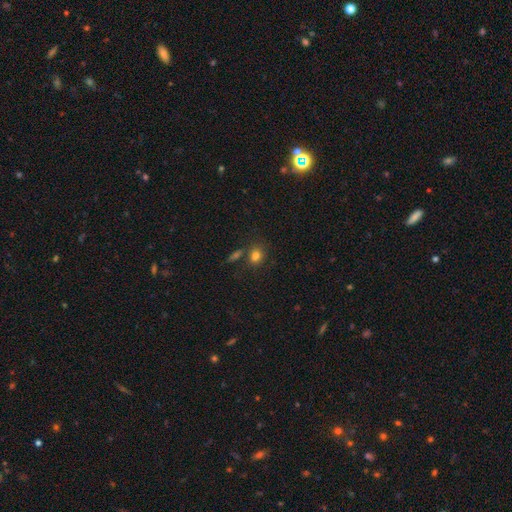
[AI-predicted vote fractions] This appears to be a smooth galaxy with no disk features (78%) that is round (56%). Merging: none (65%).